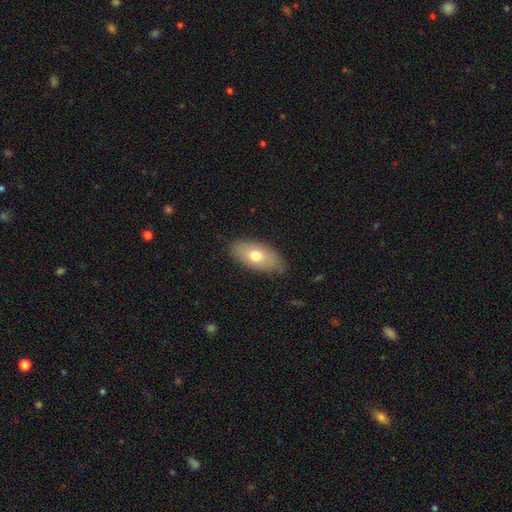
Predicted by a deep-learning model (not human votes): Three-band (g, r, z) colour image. It shows a smooth galaxy with no disk features (71%) that is in between round and cigar-shaped (91%). Merging: none (79%).